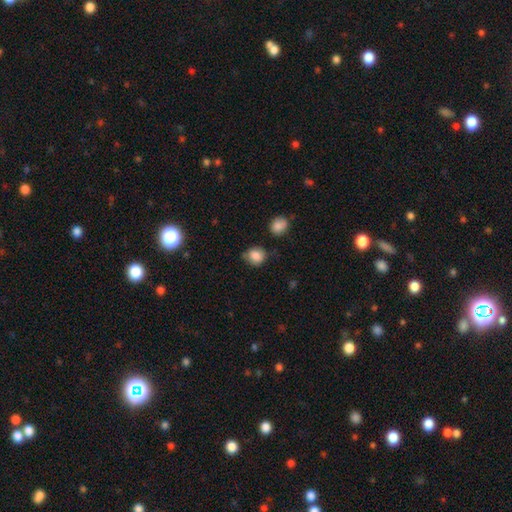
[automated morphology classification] Smooth or featured: smooth — 83% (star or artifact — 9%)
How rounded: round — 72% (in between — 27%)
Merging: none — 64% (minor disturbance — 26%)